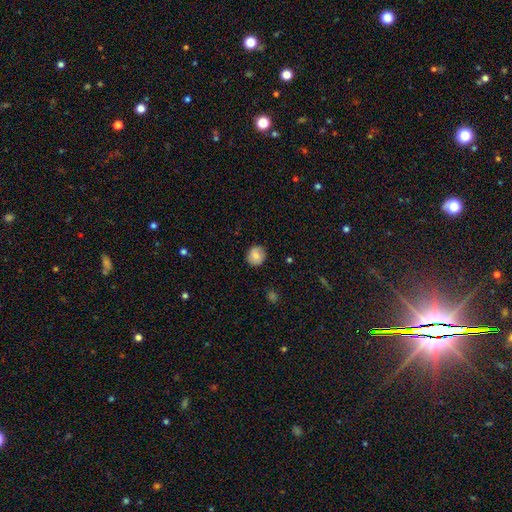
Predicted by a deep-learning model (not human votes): A smooth galaxy with no disk features (79%) that is round (88%).

Vote fractions:
- Smooth or featured? smooth: 79% / featured or disk: 13% / star or artifact: 8%
- How rounded? round: 88% / in between: 11% / cigar-shaped: 1%
- Merging? none: 87% / minor disturbance: 10% / major disturbance: 2% / merger: 1%